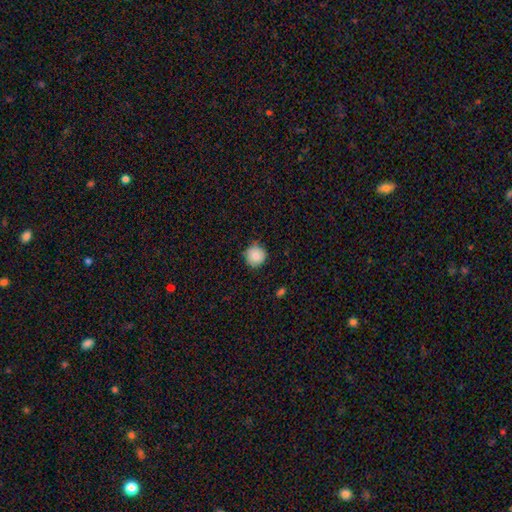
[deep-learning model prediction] Smooth or featured?
  - smooth: 83% *
  - featured or disk: 9%
  - star or artifact: 8%
How rounded?
  - round: 94% *
  - in between: 5%
  - cigar-shaped: 1%
Merging?
  - none: 82% *
  - minor disturbance: 15%
  - major disturbance: 2%
  - merger: 1%